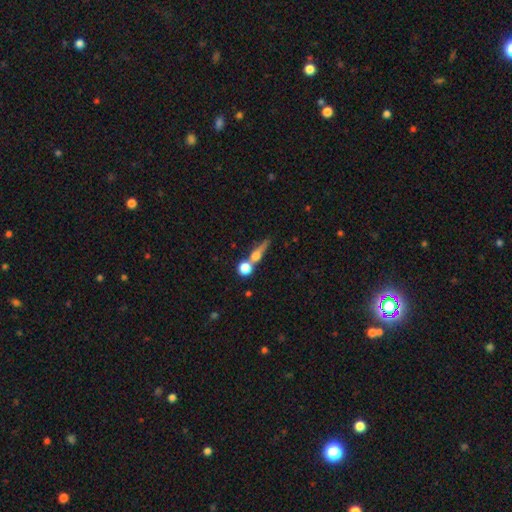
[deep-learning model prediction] A smooth galaxy with no disk features (55%) that is round (43%). Merging: none (43%).